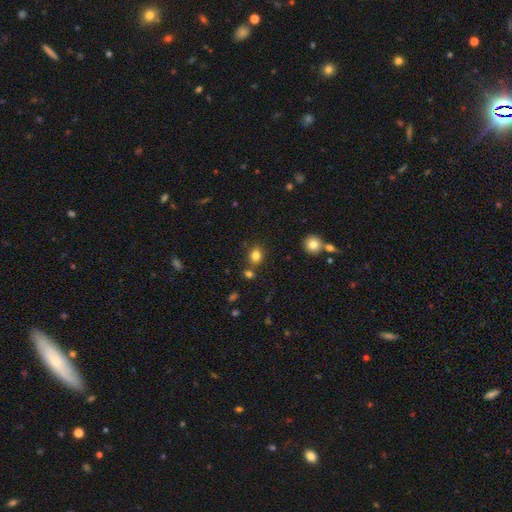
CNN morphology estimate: type=smooth (82%); roundness=in between (51%); merging=none (75%).